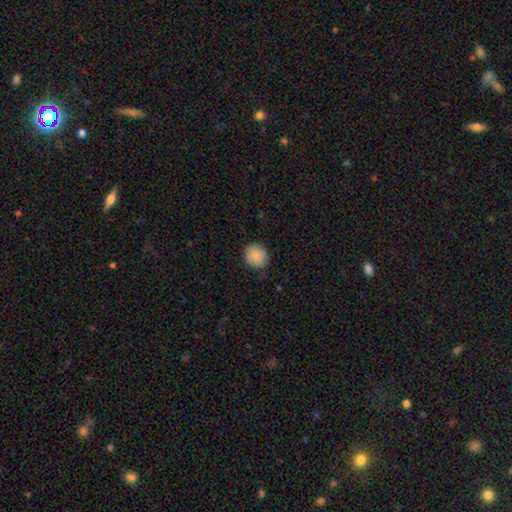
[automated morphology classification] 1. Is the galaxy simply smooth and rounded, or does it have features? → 85% smooth, 8% featured or disk, 7% star or artifact.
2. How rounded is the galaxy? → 85% round, 14% in between, 1% cigar-shaped.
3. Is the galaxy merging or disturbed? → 79% none, 17% minor disturbance, 3% major disturbance, 1% merger.